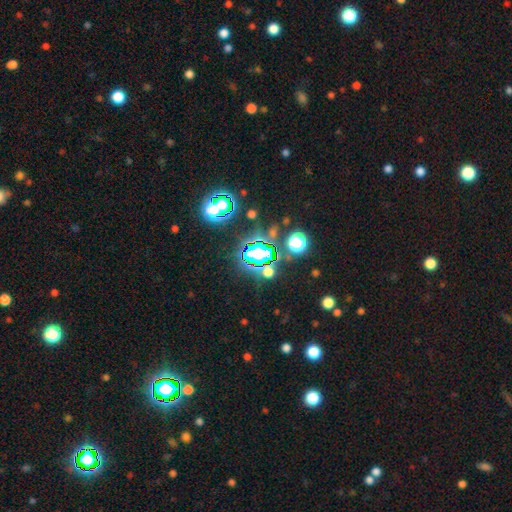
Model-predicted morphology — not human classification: smooth_or_featured: star or artifact (p=0.77) [alt: smooth p=0.15]